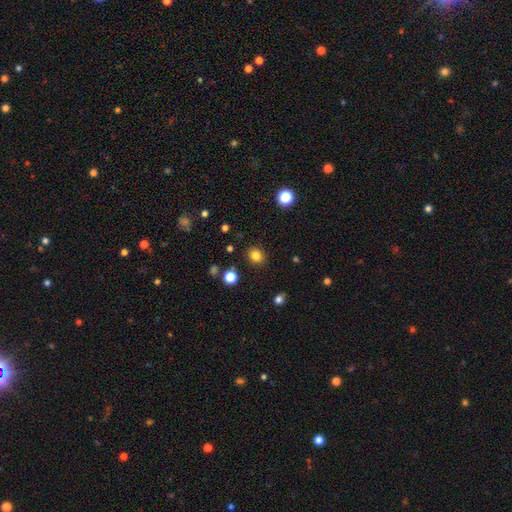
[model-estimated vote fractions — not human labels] smooth_or_featured: smooth (p=0.82) [alt: star or artifact p=0.12]
how_rounded: round (p=0.68) [alt: in between p=0.31]
merging: none (p=0.88) [alt: minor disturbance p=0.08]